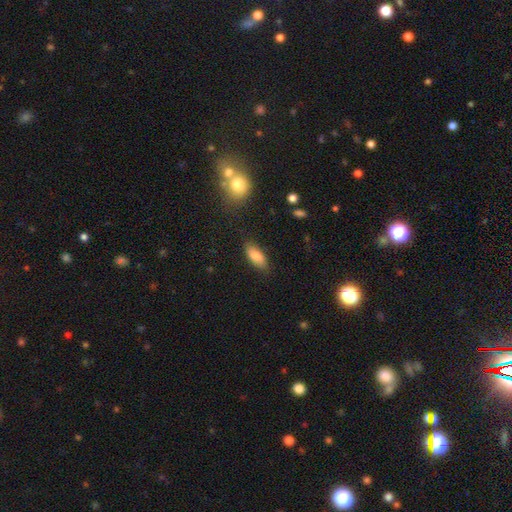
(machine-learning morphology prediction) type=smooth (83%); roundness=in between (85%); merging=none (81%).